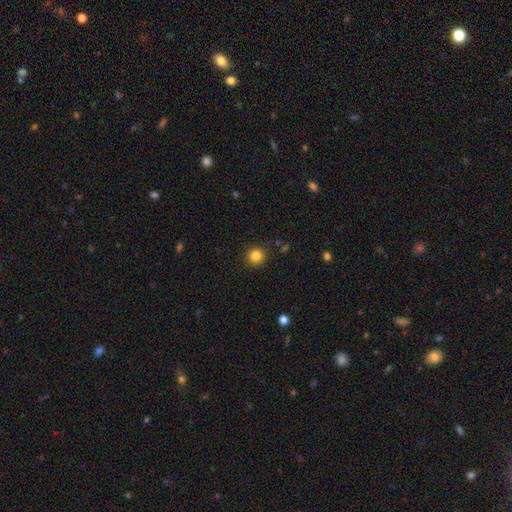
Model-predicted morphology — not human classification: This appears to be a smooth galaxy with no disk features (83%) that is round (93%). Merging: none (90%).